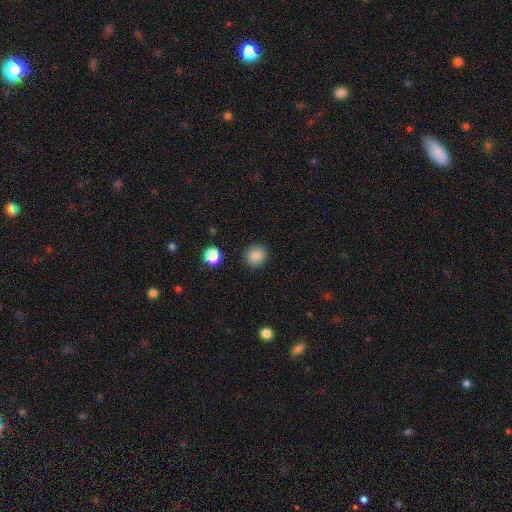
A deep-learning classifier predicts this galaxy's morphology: Overall: smooth (86%). How rounded: round (88%). Merging: none (89%).